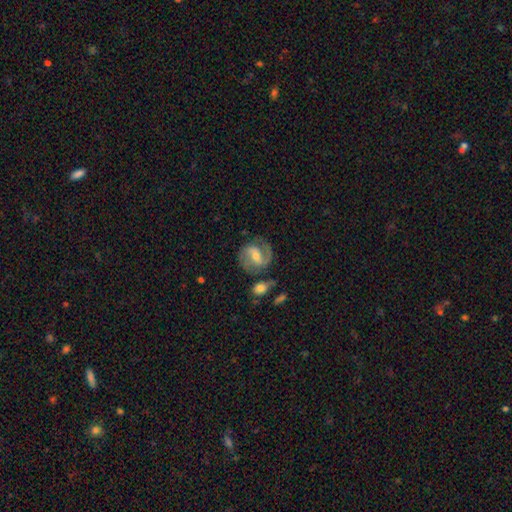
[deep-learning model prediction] This appears to be a featured or disk galaxy (84%) with a weak bar (47%), 2 (87%) medium (55%) spiral arms (95%) and a moderate central bulge (53%). Merging: none (74%).